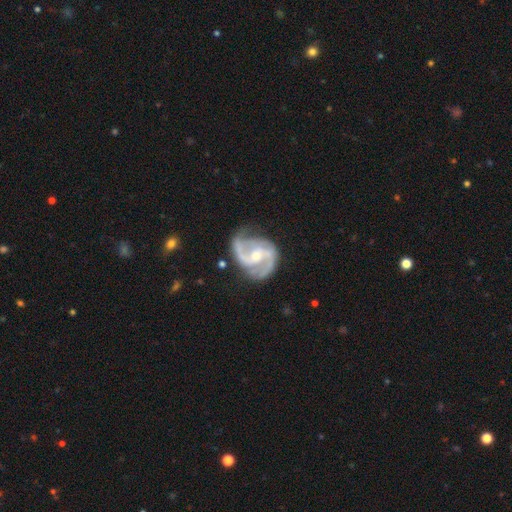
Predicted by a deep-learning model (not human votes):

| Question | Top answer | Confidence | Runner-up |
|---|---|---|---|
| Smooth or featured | featured or disk | 91% | smooth (5%) |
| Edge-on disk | no | 98% | yes (2%) |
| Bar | weak | 47% | no (32%) |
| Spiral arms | yes | 98% | no (2%) |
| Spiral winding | medium | 57% | loose (22%) |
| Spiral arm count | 2 | 83% | 3 (8%) |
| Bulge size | small | 48% | moderate (47%) |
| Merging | none | 65% | minor disturbance (22%) |